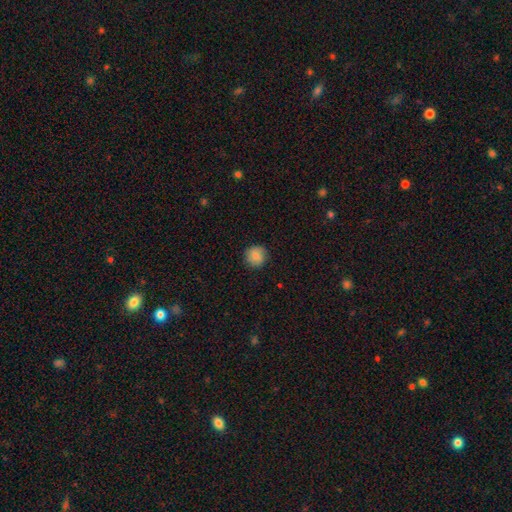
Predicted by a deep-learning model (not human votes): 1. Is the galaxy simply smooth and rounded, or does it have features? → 83% smooth, 9% featured or disk, 8% star or artifact.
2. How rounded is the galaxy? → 92% round, 7% in between, 1% cigar-shaped.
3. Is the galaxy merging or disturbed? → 86% none, 11% minor disturbance, 3% major disturbance, 1% merger.